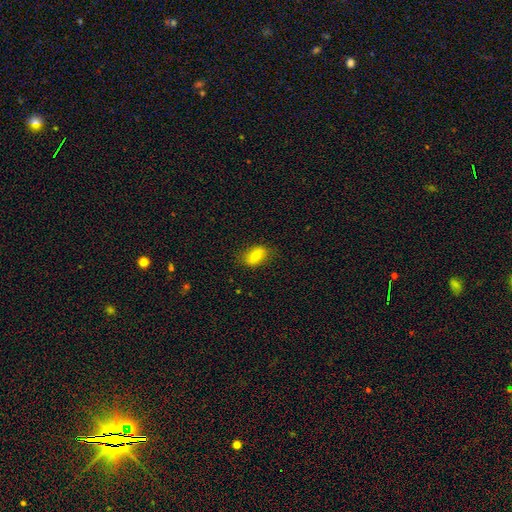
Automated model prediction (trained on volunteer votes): Smooth or featured?
  - smooth: 72% *
  - featured or disk: 20%
  - star or artifact: 9%
How rounded?
  - in between: 86% *
  - round: 12%
  - cigar-shaped: 3%
Merging?
  - none: 80% *
  - minor disturbance: 16%
  - major disturbance: 4%
  - merger: 1%